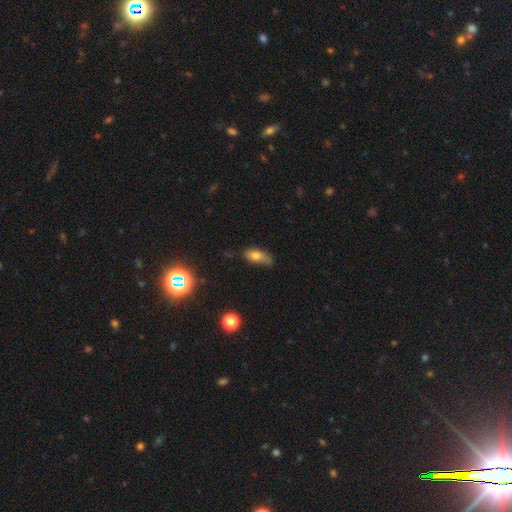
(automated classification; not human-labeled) Smooth or featured?
  - smooth: 71% *
  - featured or disk: 17%
  - star or artifact: 11%
How rounded?
  - in between: 80% *
  - cigar-shaped: 13%
  - round: 6%
Merging?
  - none: 49% *
  - minor disturbance: 36%
  - major disturbance: 11%
  - merger: 3%